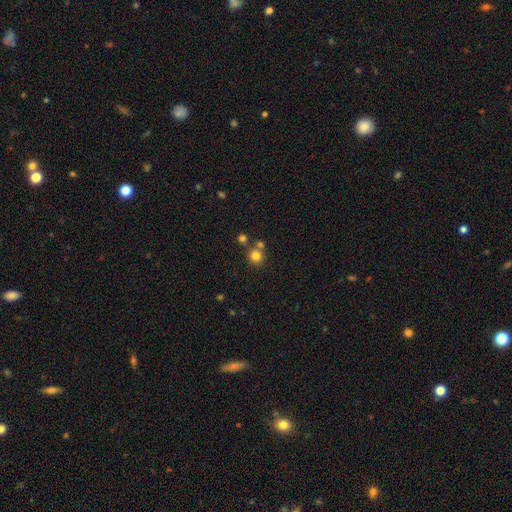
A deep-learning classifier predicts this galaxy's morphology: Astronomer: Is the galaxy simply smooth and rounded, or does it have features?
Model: smooth — 78%.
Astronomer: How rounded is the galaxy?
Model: round — 92%.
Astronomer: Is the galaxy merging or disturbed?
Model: none — 68%.